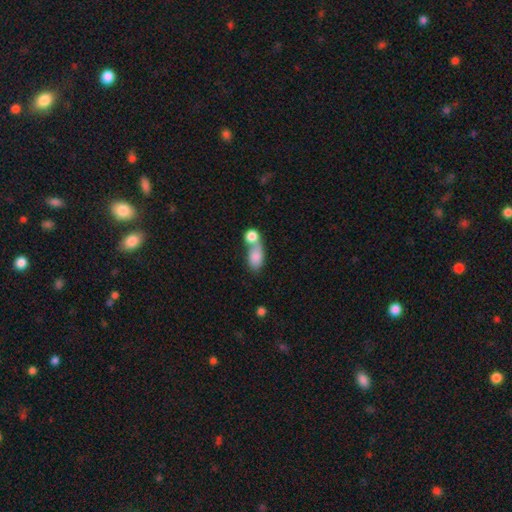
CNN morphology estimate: smooth-or-featured: smooth: 81% | featured or disk: 12% | star or artifact: 7%
  how-rounded: in between: 79% | round: 16% | cigar-shaped: 5%
  merging: merger: 67% | none: 19% | minor disturbance: 8% | major disturbance: 7%